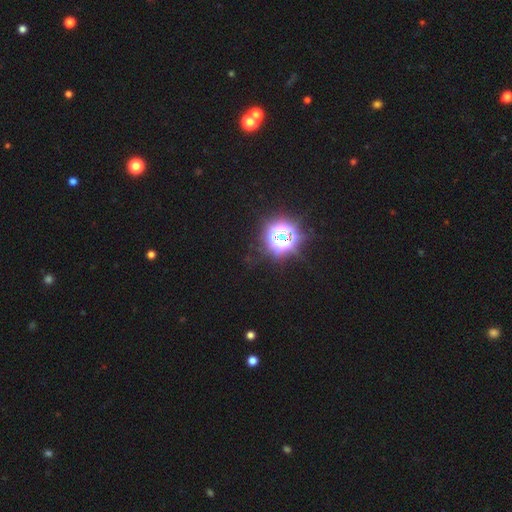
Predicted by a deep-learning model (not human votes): Smooth or featured: star or artifact — 83% (smooth — 11%)